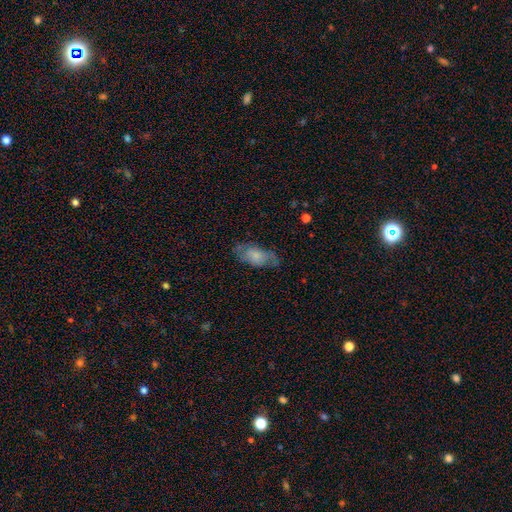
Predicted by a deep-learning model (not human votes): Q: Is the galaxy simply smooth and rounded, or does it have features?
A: smooth — 66%.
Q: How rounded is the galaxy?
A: in between — 85%.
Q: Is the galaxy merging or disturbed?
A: none — 67%.